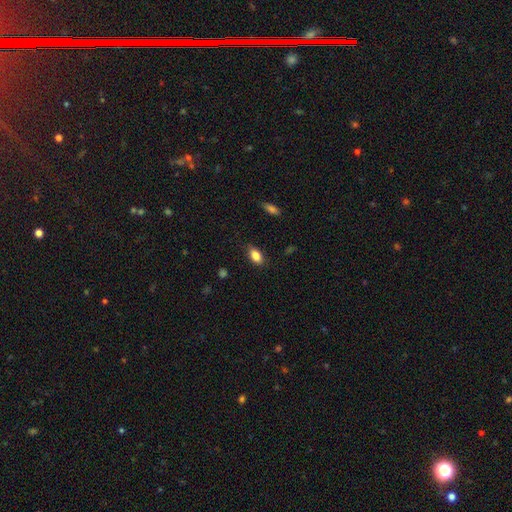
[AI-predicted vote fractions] A smooth galaxy with no disk features (84%) that is in between round and cigar-shaped (88%).

Vote fractions:
- Smooth or featured? smooth: 84% / star or artifact: 8% / featured or disk: 8%
- How rounded? in between: 88% / round: 7% / cigar-shaped: 5%
- Merging? none: 83% / minor disturbance: 13% / major disturbance: 3% / merger: 1%